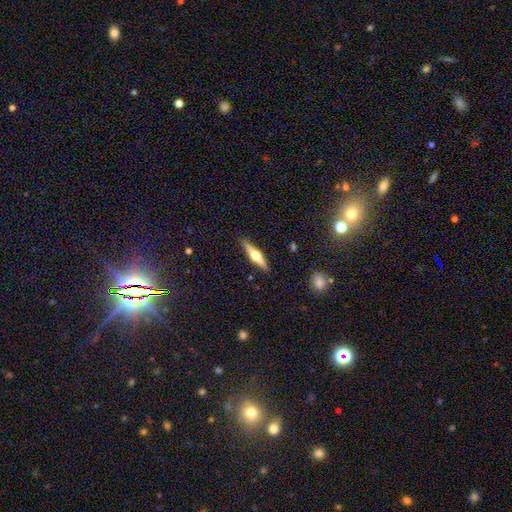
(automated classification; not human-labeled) featured or disk 68%, smooth 26%, star or artifact 6%. Down the decision tree: edge-on disk — yes (97%); edge-on bulge — rounded (94%); merging — none (91%).